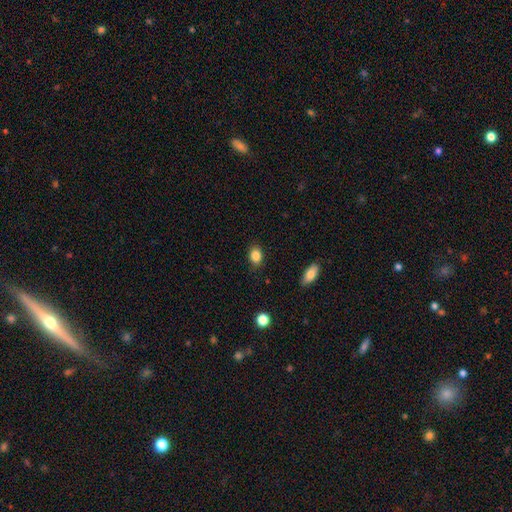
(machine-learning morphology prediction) This appears to be a smooth galaxy with no disk features (86%) that is in between round and cigar-shaped (68%). Merging: none (85%).